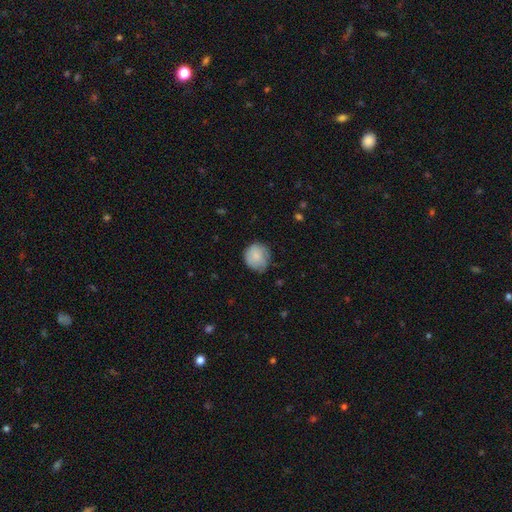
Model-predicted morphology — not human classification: This appears to be a smooth galaxy with no disk features (80%) that is round (82%). Merging: none (64%).